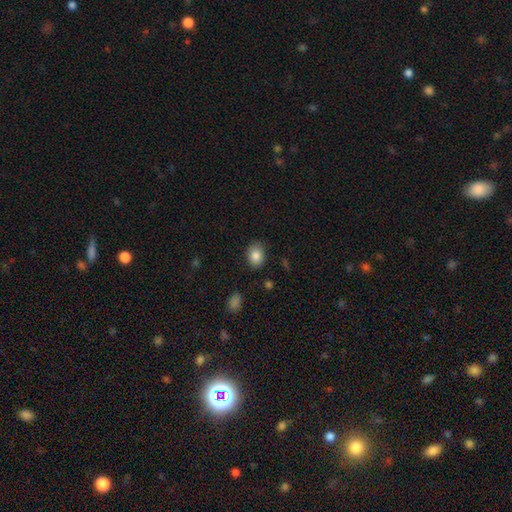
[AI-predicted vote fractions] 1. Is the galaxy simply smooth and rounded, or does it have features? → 85% smooth, 8% star or artifact, 6% featured or disk.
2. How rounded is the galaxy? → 67% in between, 32% round, 1% cigar-shaped.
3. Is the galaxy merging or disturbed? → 84% none, 12% minor disturbance, 3% major disturbance, 2% merger.